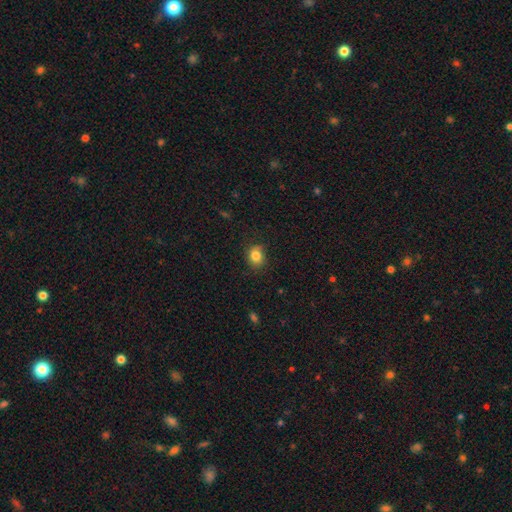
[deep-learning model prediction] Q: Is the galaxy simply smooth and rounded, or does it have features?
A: smooth — 83%.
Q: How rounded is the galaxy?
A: round — 64%.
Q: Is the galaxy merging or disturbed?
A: none — 78%.